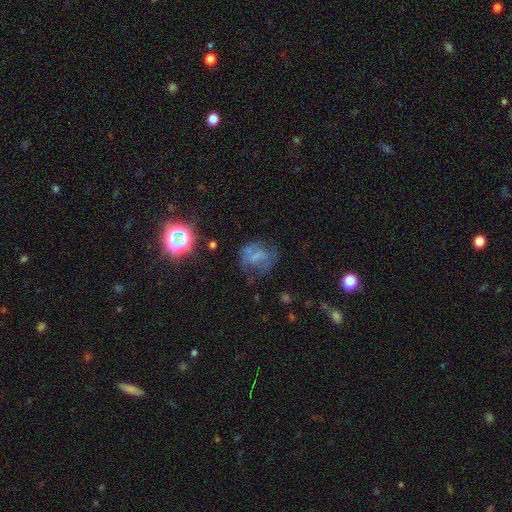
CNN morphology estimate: Smooth or featured: smooth — 40% (featured or disk — 37%)
Merging: none — 49% (major disturbance — 23%)